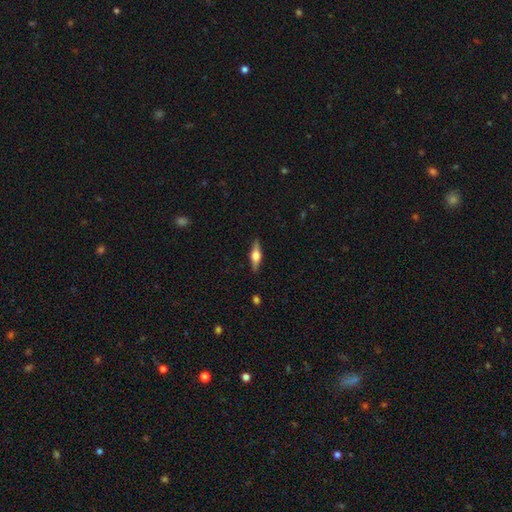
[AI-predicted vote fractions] Smooth or featured? Predicted: featured or disk (p=0.57). Edge-on disk? Predicted: yes (p=0.95). Edge-on bulge? Predicted: rounded (p=0.92). Merging? Predicted: none (p=0.88).